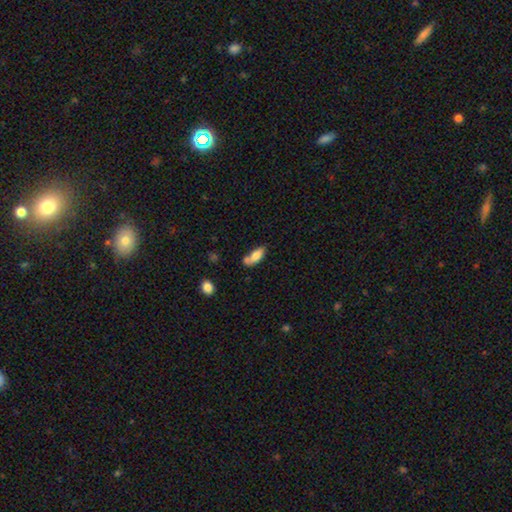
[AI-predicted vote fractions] This appears to be a smooth galaxy with no disk features (76%) that is in between round and cigar-shaped (78%). Merging: none (44%).